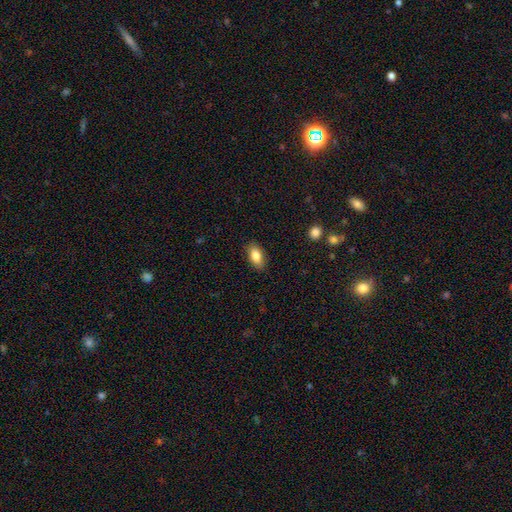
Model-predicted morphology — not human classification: smooth_or_featured: smooth (p=0.83) [alt: featured or disk p=0.09]
how_rounded: in between (p=0.91) [alt: cigar-shaped p=0.05]
merging: none (p=0.87) [alt: minor disturbance p=0.09]